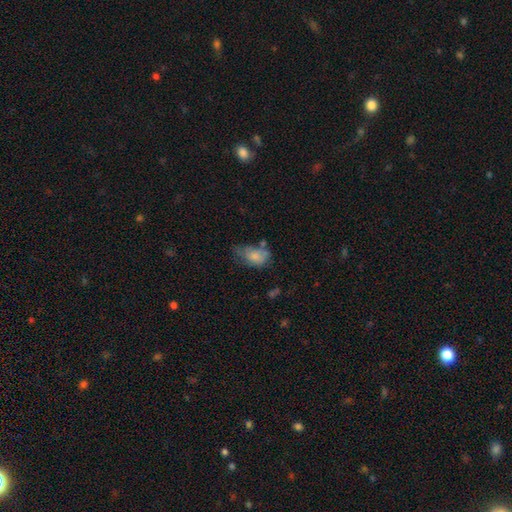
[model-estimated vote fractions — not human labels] This appears to be a smooth galaxy with no disk features (73%) that is in between round and cigar-shaped (86%). Merging: minor disturbance (34%).